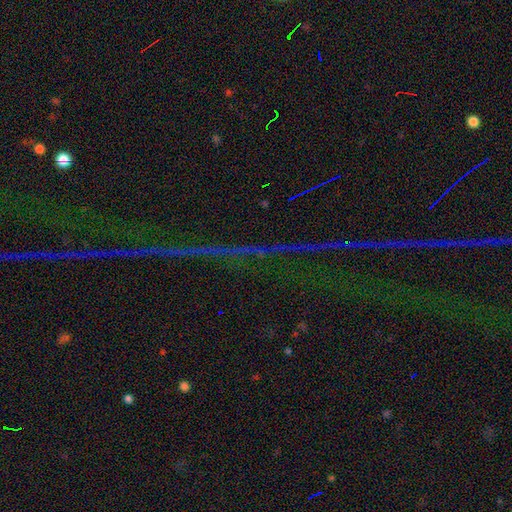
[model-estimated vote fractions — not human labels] smooth-or-featured: star or artifact: 87% | featured or disk: 8% | smooth: 6%